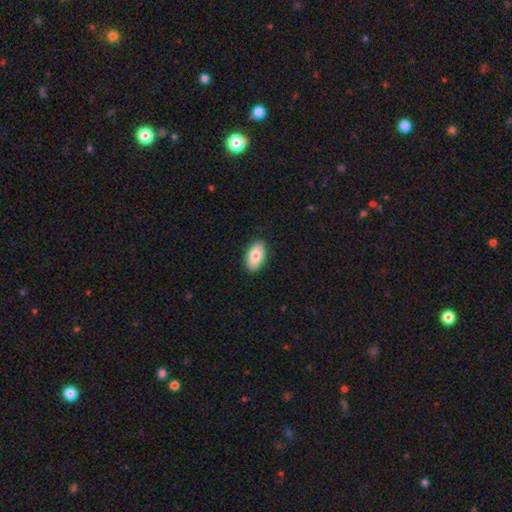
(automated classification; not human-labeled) Q: Smooth or featured?
A: smooth (80%); runner-up: featured or disk (13%)
Q: How rounded?
A: in between (93%); runner-up: round (4%)
Q: Merging?
A: none (88%); runner-up: minor disturbance (9%)